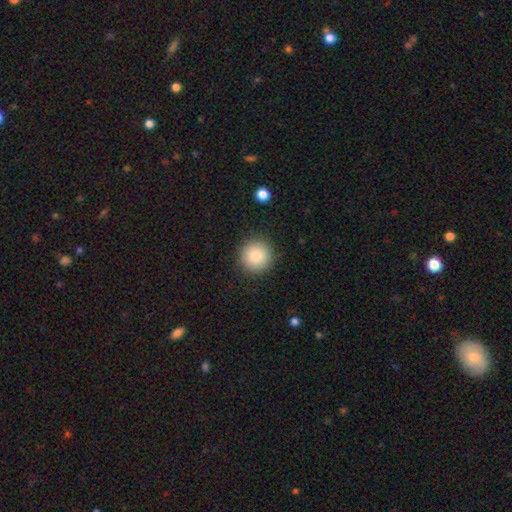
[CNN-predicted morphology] type=smooth (83%); roundness=round (95%); merging=none (91%).